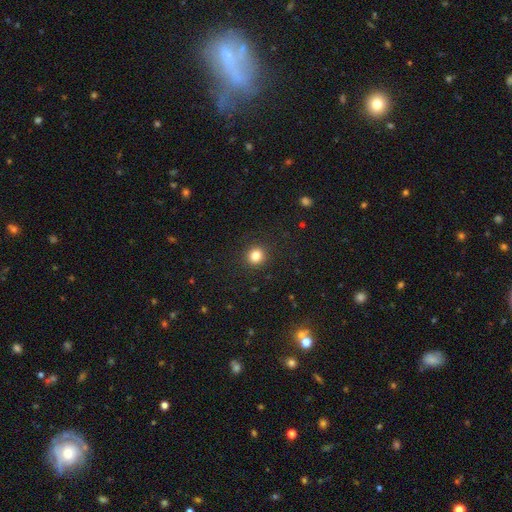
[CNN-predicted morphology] smooth 84%, star or artifact 12%, featured or disk 5%. Down the decision tree: how rounded — round (90%); merging — none (91%).